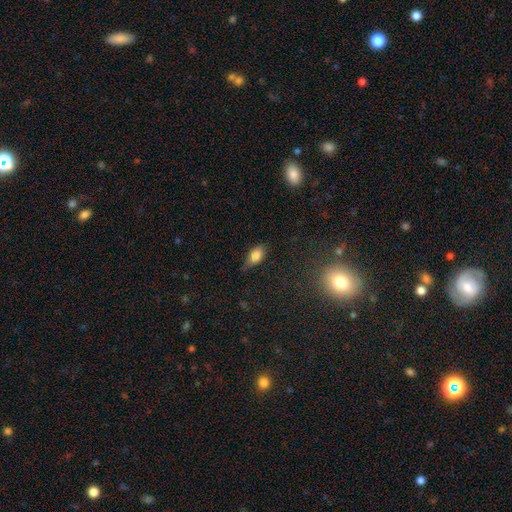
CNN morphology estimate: Smooth or featured?
  - smooth: 80% *
  - featured or disk: 10%
  - star or artifact: 9%
How rounded?
  - in between: 87% *
  - round: 7%
  - cigar-shaped: 6%
Merging?
  - none: 59% *
  - minor disturbance: 32%
  - major disturbance: 7%
  - merger: 2%